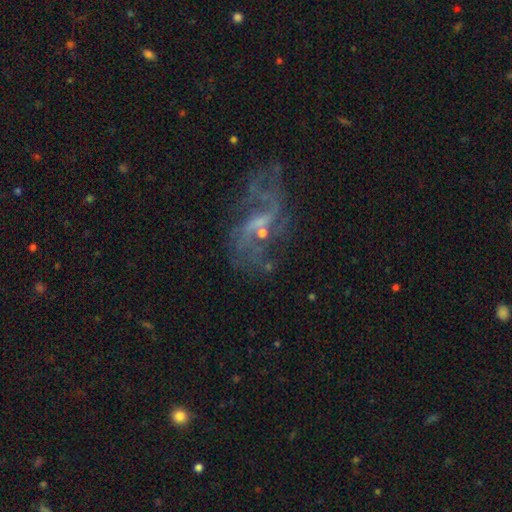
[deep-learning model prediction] smooth-or-featured: featured or disk: 79% | star or artifact: 12% | smooth: 9%
  disk-edge-on: no: 96% | yes: 4%
    bar: weak: 51% | no: 30% | strong: 19%
    has-spiral-arms: yes: 83% | no: 17%
      spiral-winding: loose: 78% | medium: 17% | tight: 5%
      spiral-arm-count: 2: 67% | can't tell: 14% | 1: 7% | 3: 5% | 4: 3% | more than 4: 3%
    bulge-size: small: 59% | none: 22% | moderate: 17% | large: 2% | dominant: 1%
  merging: none: 48% | major disturbance: 28% | minor disturbance: 18% | merger: 6%